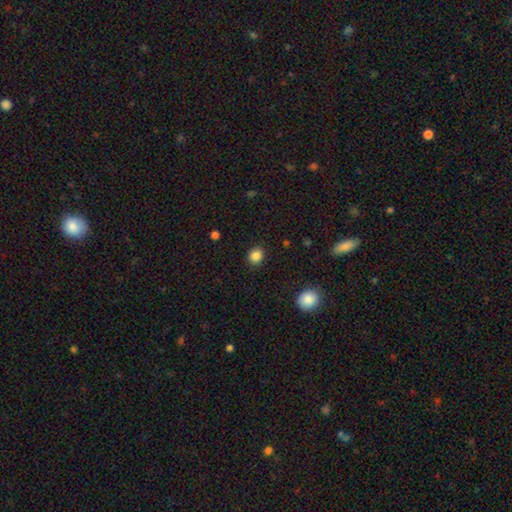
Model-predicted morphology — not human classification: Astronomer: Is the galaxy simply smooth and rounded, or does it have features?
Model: smooth — 86%.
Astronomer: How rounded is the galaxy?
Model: round — 67%.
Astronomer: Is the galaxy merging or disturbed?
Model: none — 89%.